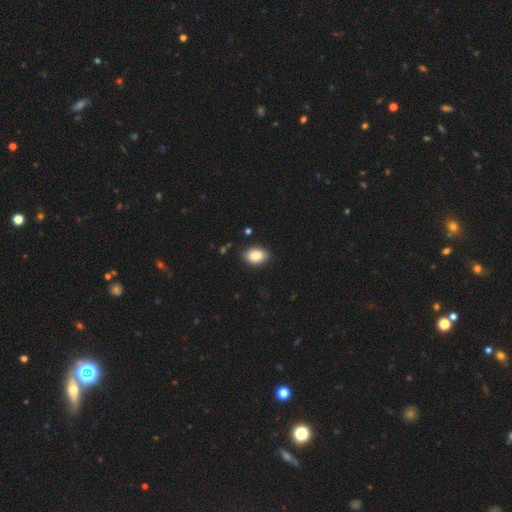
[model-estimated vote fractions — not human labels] A smooth galaxy with no disk features (87%) that is in between round and cigar-shaped (84%). Merging: none (87%).